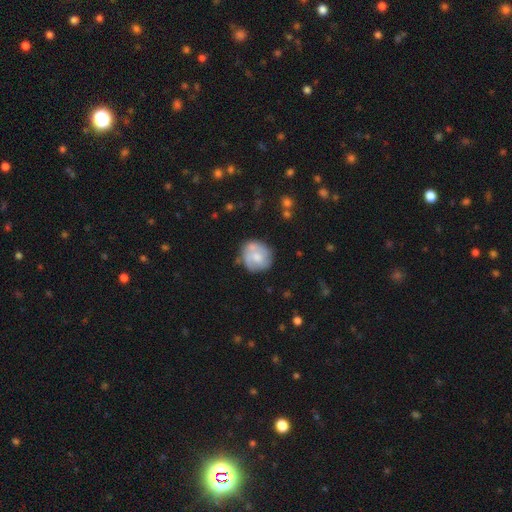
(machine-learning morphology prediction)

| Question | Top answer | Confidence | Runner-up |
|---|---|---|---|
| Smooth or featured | featured or disk | 47% | smooth (46%) |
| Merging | none | 63% | minor disturbance (23%) |